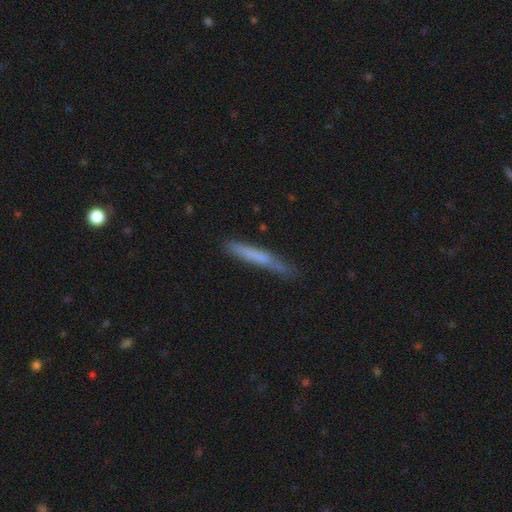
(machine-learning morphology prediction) Overall: smooth (63%; featured or disk 30%). How rounded: cigar-shaped (96%). Merging: none (77%).